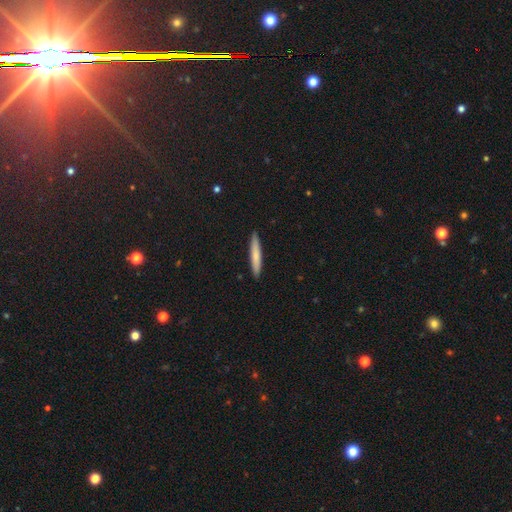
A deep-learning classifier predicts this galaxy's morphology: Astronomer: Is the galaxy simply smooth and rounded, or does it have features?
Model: smooth — 76%.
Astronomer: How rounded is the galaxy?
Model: cigar-shaped — 94%.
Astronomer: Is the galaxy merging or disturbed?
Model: none — 91%.